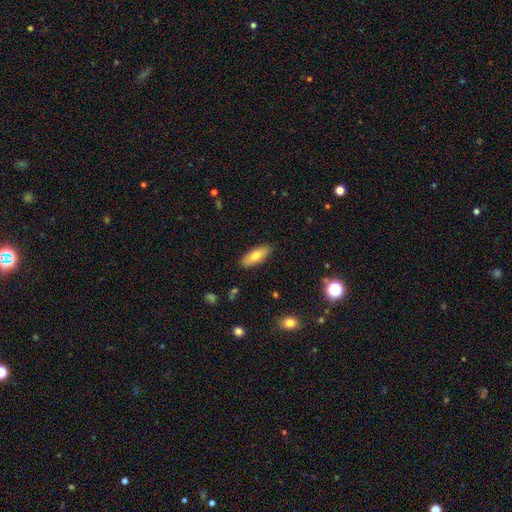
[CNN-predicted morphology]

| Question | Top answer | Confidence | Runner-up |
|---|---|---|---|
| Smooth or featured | smooth | 73% | featured or disk (20%) |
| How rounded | in between | 73% | cigar-shaped (25%) |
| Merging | none | 88% | minor disturbance (9%) |